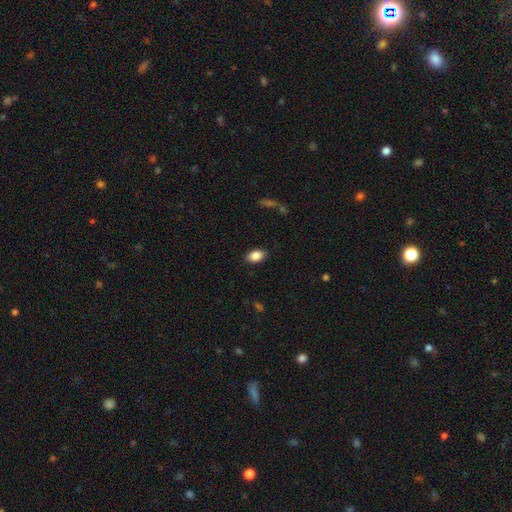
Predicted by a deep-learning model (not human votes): Overall: smooth (87%). How rounded: in between (89%). Merging: none (87%).